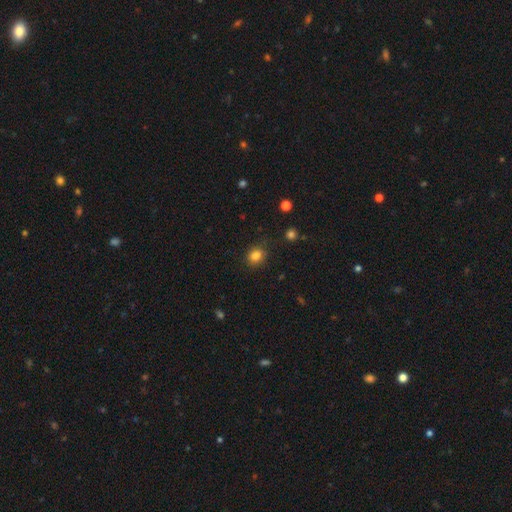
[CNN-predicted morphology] smooth-or-featured: smooth: 83% | star or artifact: 12% | featured or disk: 5%
  how-rounded: round: 67% | in between: 32% | cigar-shaped: 1%
  merging: none: 82% | minor disturbance: 13% | major disturbance: 3% | merger: 2%